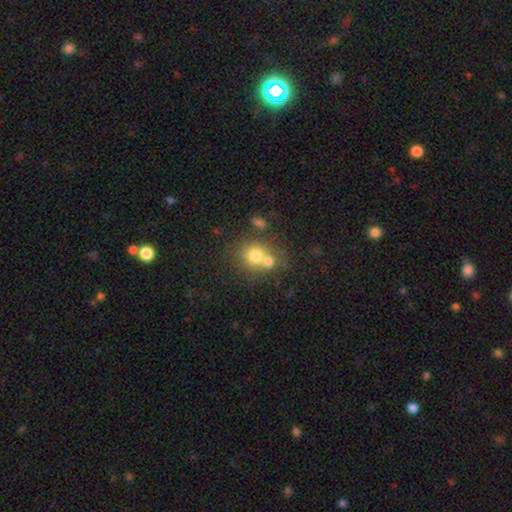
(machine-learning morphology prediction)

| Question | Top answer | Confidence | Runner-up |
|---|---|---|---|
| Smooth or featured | smooth | 71% | featured or disk (17%) |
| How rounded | round | 77% | in between (22%) |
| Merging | merger | 53% | none (36%) |